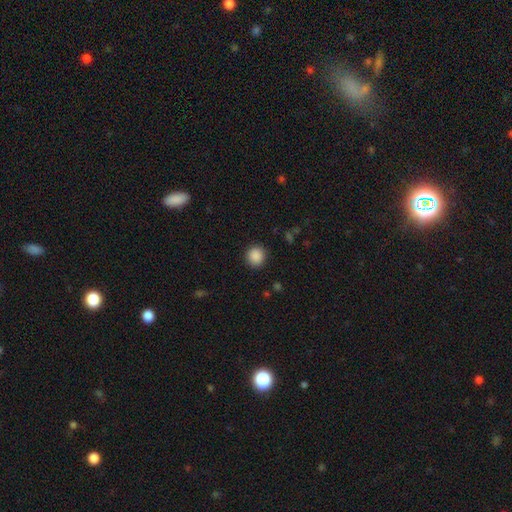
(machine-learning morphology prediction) Overall: smooth (88%). How rounded: round (88%). Merging: none (90%).